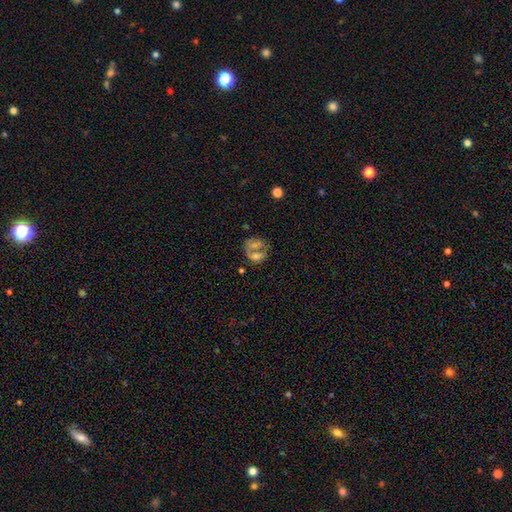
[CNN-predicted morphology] This appears to be a smooth galaxy with no disk features (46%). Merging: merger (41%).